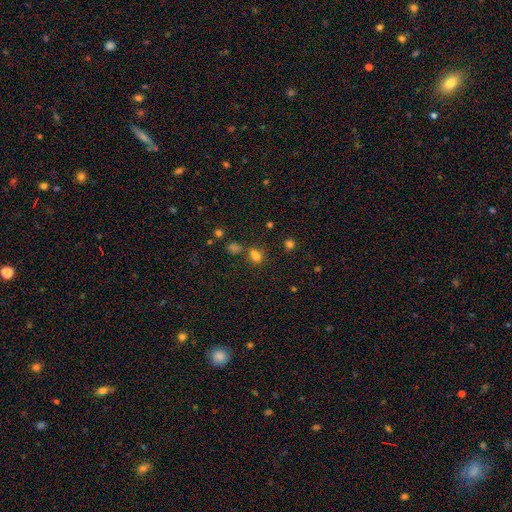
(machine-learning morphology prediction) This is likely a smooth galaxy (70%). How rounded: possibly round (55%). Merging: possibly none (53%).